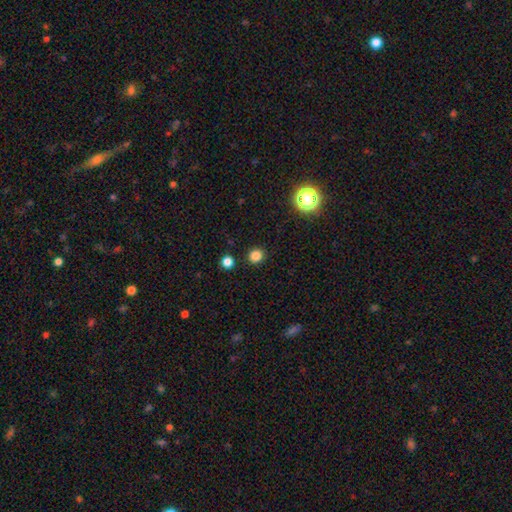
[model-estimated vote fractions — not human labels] A smooth galaxy with no disk features (82%) that is round (88%). Merging: none (90%).